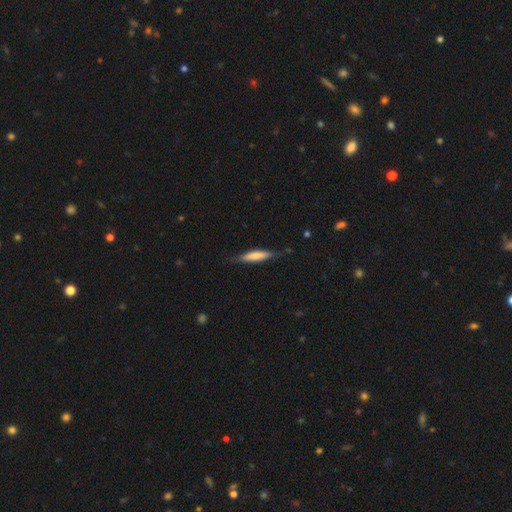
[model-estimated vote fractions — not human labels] A smooth galaxy with no disk features (60%) that is cigar-shaped (85%). Merging: none (79%).